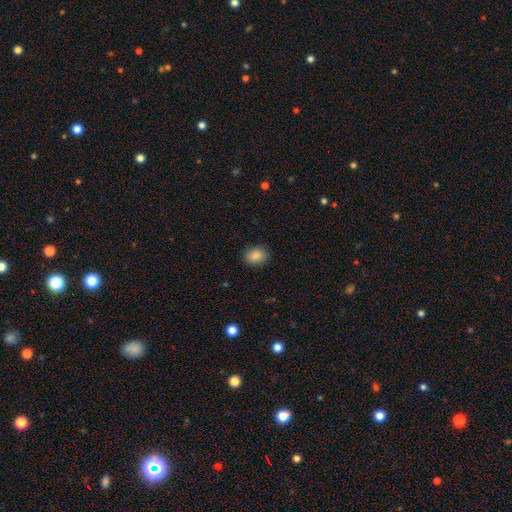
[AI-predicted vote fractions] Smooth or featured? smooth (86%)
How rounded? in between (59%)
Merging? none (88%)